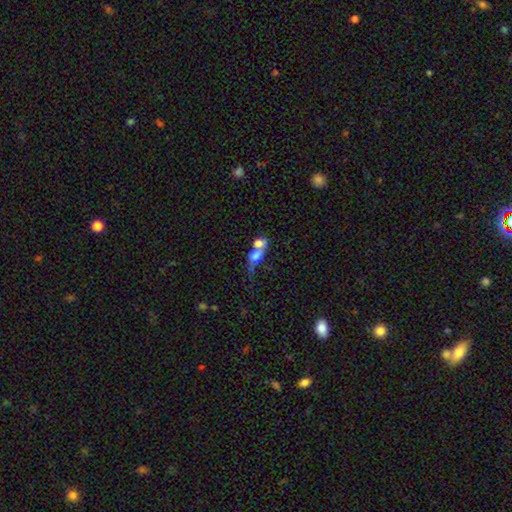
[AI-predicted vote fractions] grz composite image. It shows a smooth galaxy with no disk features (69%) that is round (50%). Merging: merger (74%).